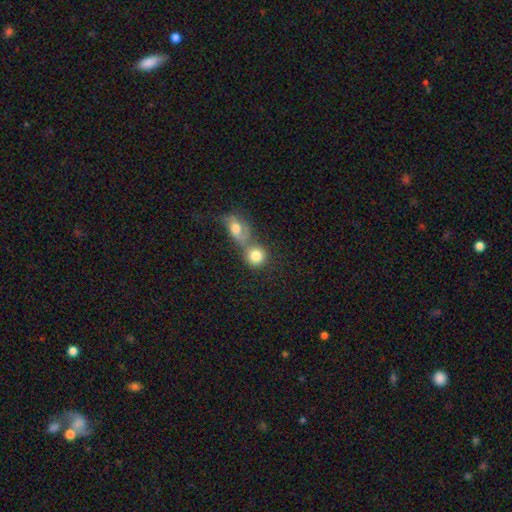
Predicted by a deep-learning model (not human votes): Smooth or featured?
  - smooth: 80% *
  - featured or disk: 11%
  - star or artifact: 9%
How rounded?
  - round: 82% *
  - in between: 17%
  - cigar-shaped: 1%
Merging?
  - merger: 50% *
  - none: 37%
  - minor disturbance: 8%
  - major disturbance: 5%